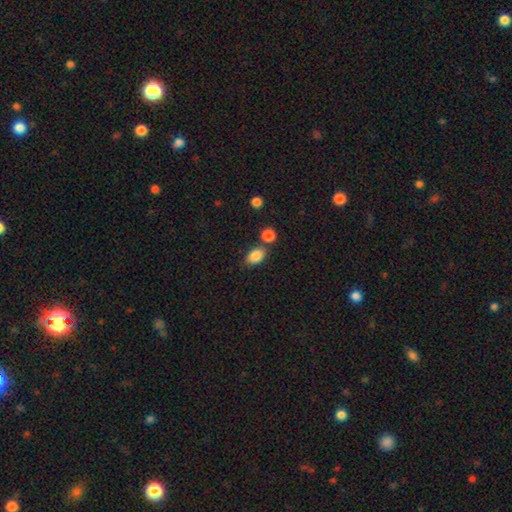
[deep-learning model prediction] This appears to be a smooth galaxy with no disk features (86%) that is in between round and cigar-shaped (87%). Merging: none (69%).